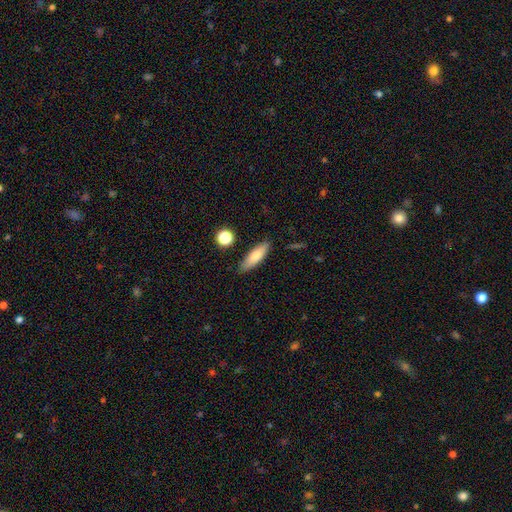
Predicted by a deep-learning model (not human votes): smooth 72%, featured or disk 21%, star or artifact 7%. Down the decision tree: how rounded — cigar-shaped (51%); merging — none (86%).